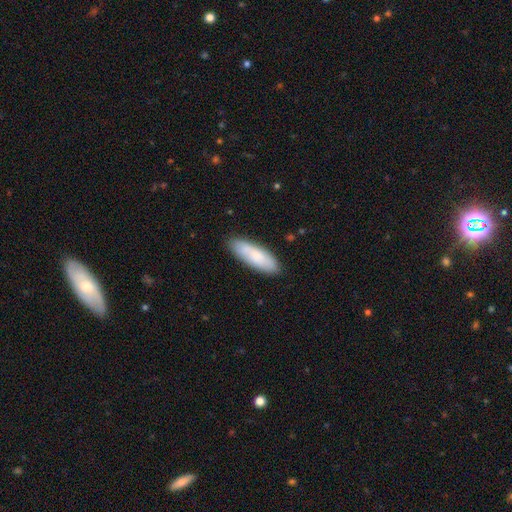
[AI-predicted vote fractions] Q: Smooth or featured?
A: smooth (76%); runner-up: featured or disk (18%)
Q: How rounded?
A: in between (61%); runner-up: cigar-shaped (38%)
Q: Merging?
A: none (83%); runner-up: minor disturbance (13%)